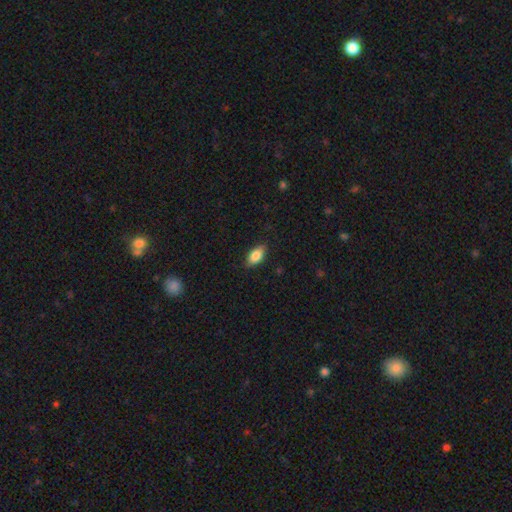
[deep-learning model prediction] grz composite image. It shows a smooth galaxy with no disk features (83%) that is in between round and cigar-shaped (89%). Merging: none (85%).